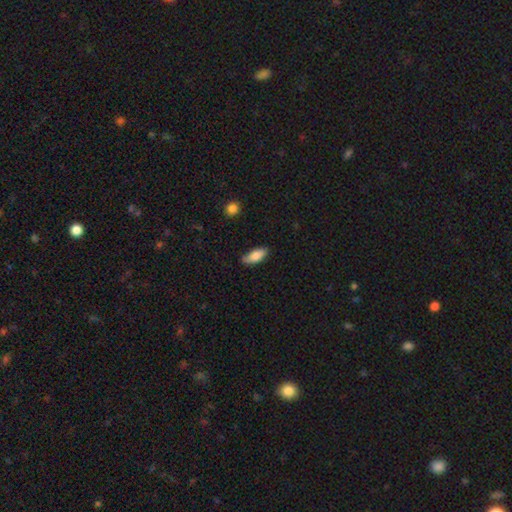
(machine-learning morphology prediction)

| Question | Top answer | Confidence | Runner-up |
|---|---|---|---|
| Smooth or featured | smooth | 83% | featured or disk (11%) |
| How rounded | in between | 81% | cigar-shaped (16%) |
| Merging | none | 78% | minor disturbance (18%) |